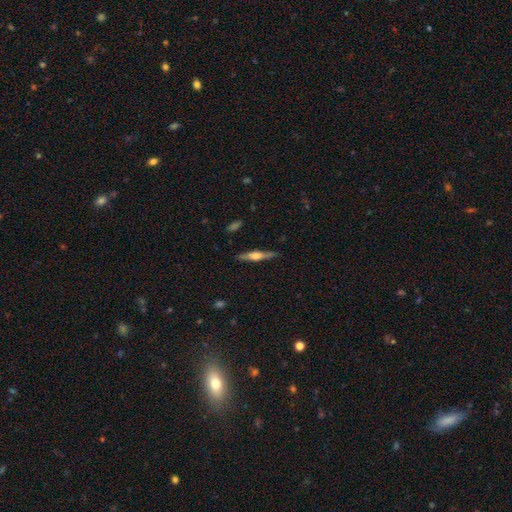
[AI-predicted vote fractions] Q: Smooth or featured?
A: featured or disk (59%); runner-up: smooth (35%)
Q: Edge-on disk?
A: yes (96%); runner-up: no (4%)
Q: Edge-on bulge?
A: rounded (79%); runner-up: boxy (15%)
Q: Merging?
A: none (86%); runner-up: minor disturbance (10%)